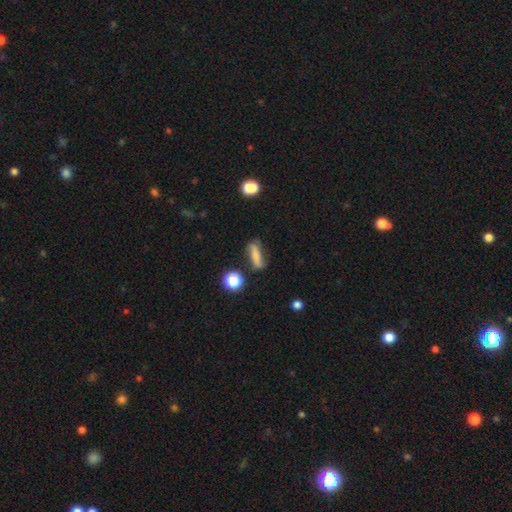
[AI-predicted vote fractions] Smooth or featured? Predicted: smooth (p=0.59). How rounded? Predicted: cigar-shaped (p=0.47). Merging? Predicted: none (p=0.50).